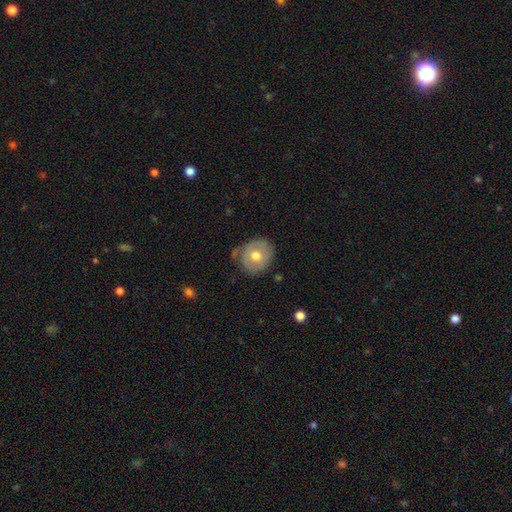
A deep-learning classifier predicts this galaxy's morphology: A smooth galaxy with no disk features (58%) that is round (75%).

Vote fractions:
- Smooth or featured? smooth: 58% / featured or disk: 35% / star or artifact: 7%
- How rounded? round: 75% / in between: 24% / cigar-shaped: 1%
- Merging? none: 68% / minor disturbance: 22% / major disturbance: 6% / merger: 4%